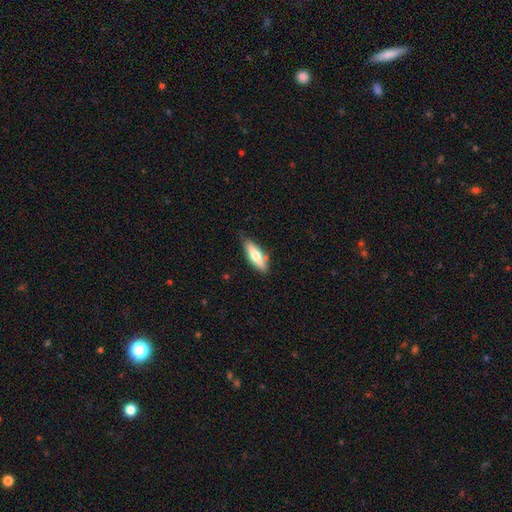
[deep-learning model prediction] smooth-or-featured: smooth: 61% | featured or disk: 33% | star or artifact: 6%
  how-rounded: in between: 53% | cigar-shaped: 45% | round: 2%
  merging: none: 73% | minor disturbance: 20% | major disturbance: 4% | merger: 3%